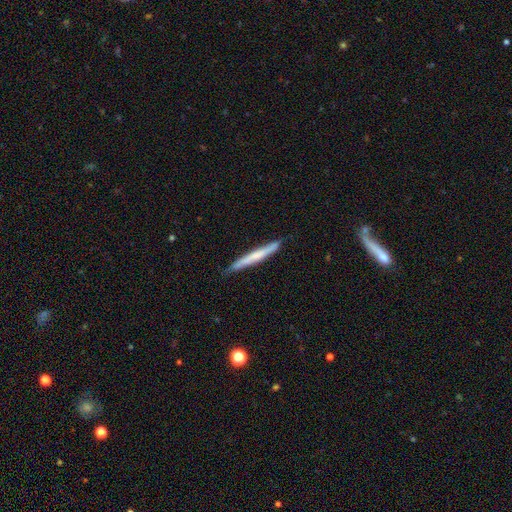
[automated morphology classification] type=smooth (51%); roundness=cigar-shaped (97%); merging=none (86%).